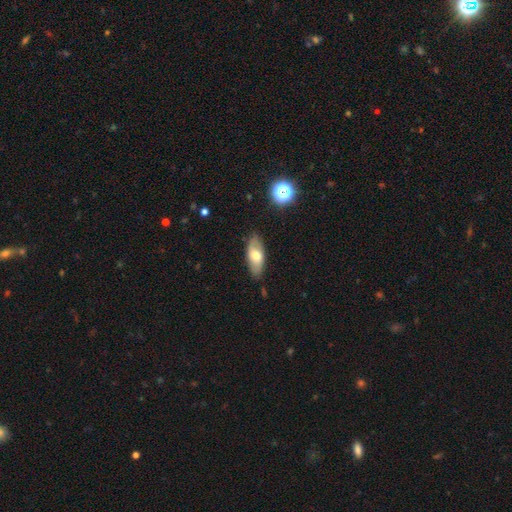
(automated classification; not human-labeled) Smooth or featured?
  - smooth: 61% *
  - featured or disk: 32%
  - star or artifact: 7%
How rounded?
  - in between: 82% *
  - cigar-shaped: 15%
  - round: 3%
Merging?
  - none: 82% *
  - minor disturbance: 14%
  - major disturbance: 3%
  - merger: 1%